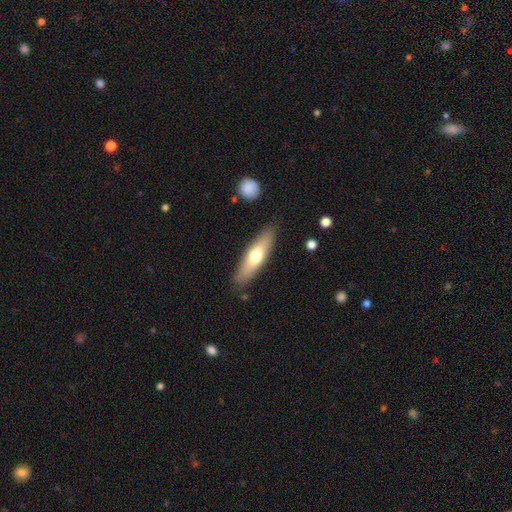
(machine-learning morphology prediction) Overall: smooth (59%; featured or disk 36%). How rounded: cigar-shaped (65%; in between 33%). Merging: none (86%).